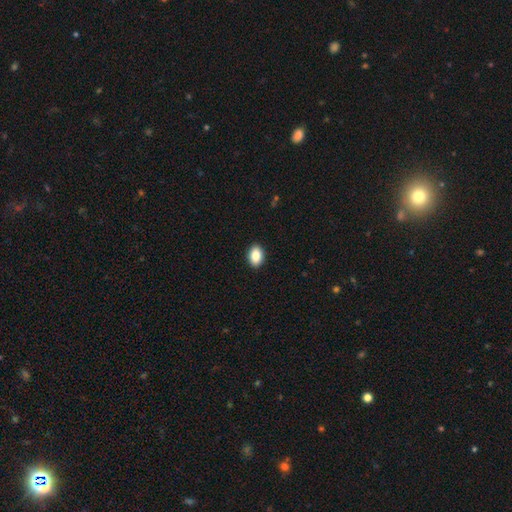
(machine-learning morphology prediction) A smooth galaxy with no disk features (87%) that is in between round and cigar-shaped (83%).

Vote fractions:
- Smooth or featured? smooth: 87% / star or artifact: 8% / featured or disk: 6%
- How rounded? in between: 83% / round: 16% / cigar-shaped: 1%
- Merging? none: 91% / minor disturbance: 6% / major disturbance: 2% / merger: 1%